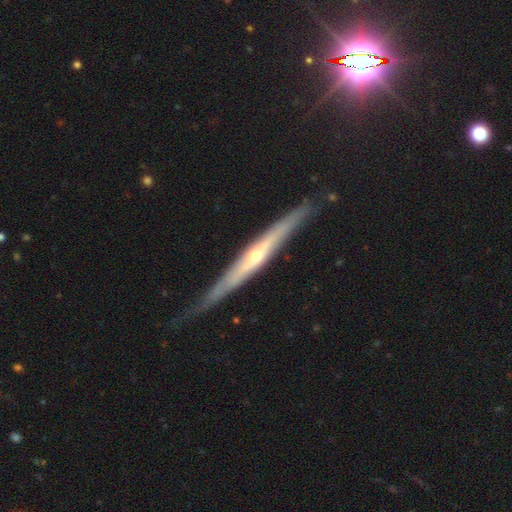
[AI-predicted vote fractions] featured or disk 76%, smooth 18%, star or artifact 6%. Down the decision tree: edge-on disk — yes (91%); edge-on bulge — rounded (70%); merging — none (76%).